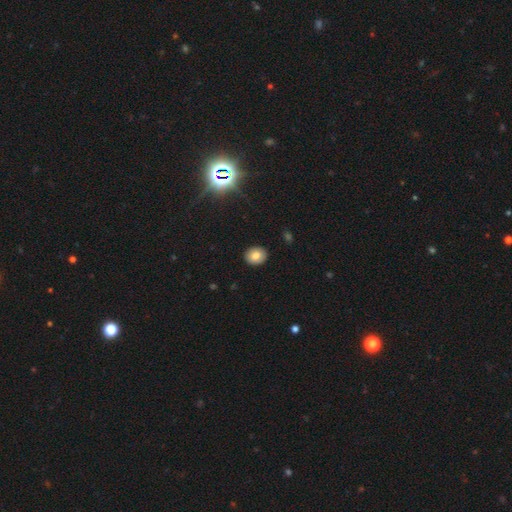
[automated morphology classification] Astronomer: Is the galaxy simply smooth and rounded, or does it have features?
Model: smooth — 80%.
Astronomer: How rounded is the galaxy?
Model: round — 57% (runner-up: in between, 42%).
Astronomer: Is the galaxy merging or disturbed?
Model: none — 90%.